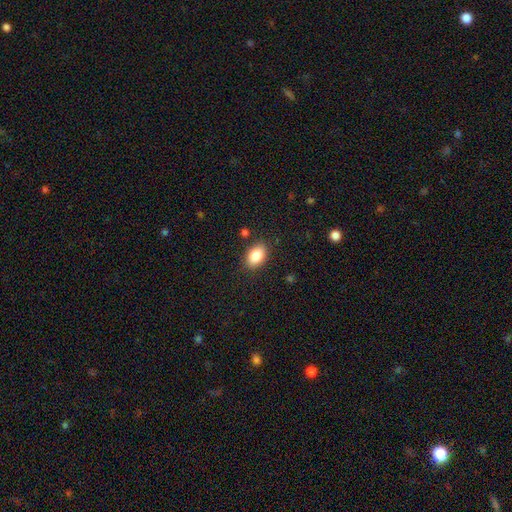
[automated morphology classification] type=smooth (85%); roundness=in between (85%); merging=none (85%).